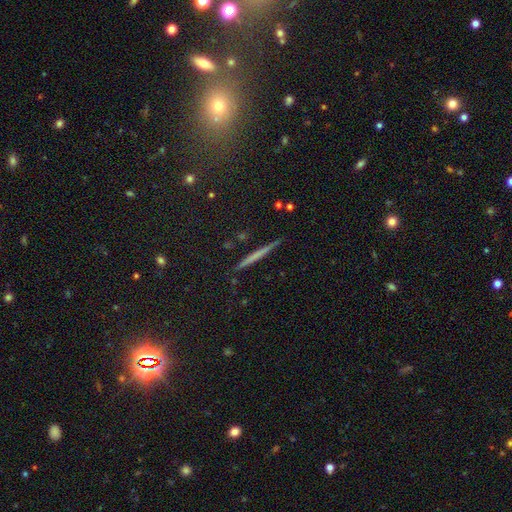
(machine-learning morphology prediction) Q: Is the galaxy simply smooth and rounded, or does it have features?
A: smooth — 45%.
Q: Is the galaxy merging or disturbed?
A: none — 91%.